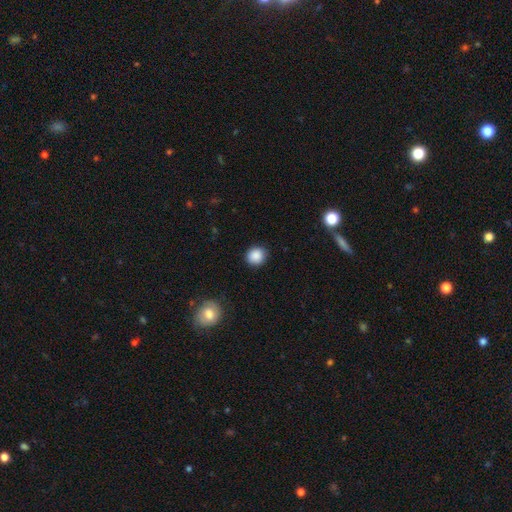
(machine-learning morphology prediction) Smooth or featured: smooth — 88% (star or artifact — 9%)
How rounded: round — 86% (in between — 13%)
Merging: none — 88% (minor disturbance — 8%)